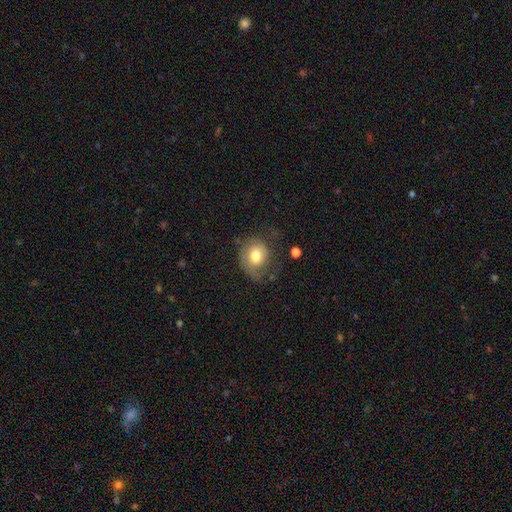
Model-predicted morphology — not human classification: smooth 68%, featured or disk 23%, star or artifact 8%. Down the decision tree: how rounded — round (67%); merging — none (49%).